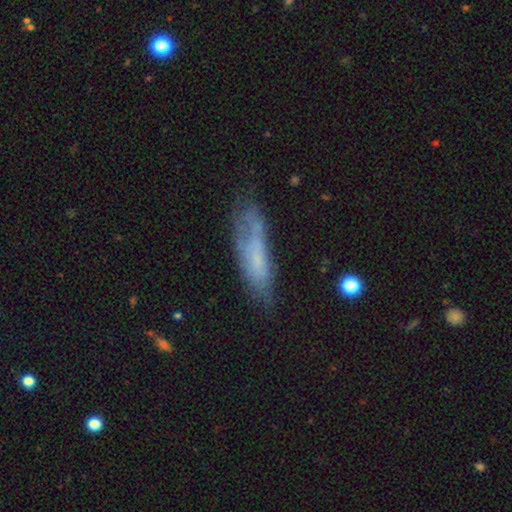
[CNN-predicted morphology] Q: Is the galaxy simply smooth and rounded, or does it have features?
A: smooth — 54%.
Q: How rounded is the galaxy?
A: cigar-shaped — 65%.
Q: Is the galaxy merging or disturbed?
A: none — 52%.